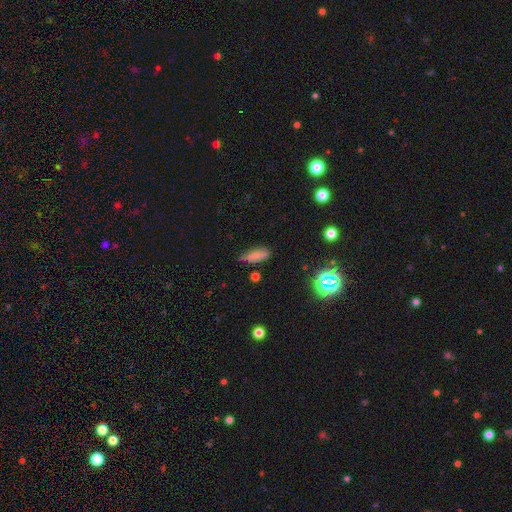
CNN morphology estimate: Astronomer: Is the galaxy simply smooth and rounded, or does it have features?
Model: smooth — 73%.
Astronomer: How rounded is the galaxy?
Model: in between — 67%.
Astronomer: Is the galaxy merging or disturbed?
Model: none — 66%.